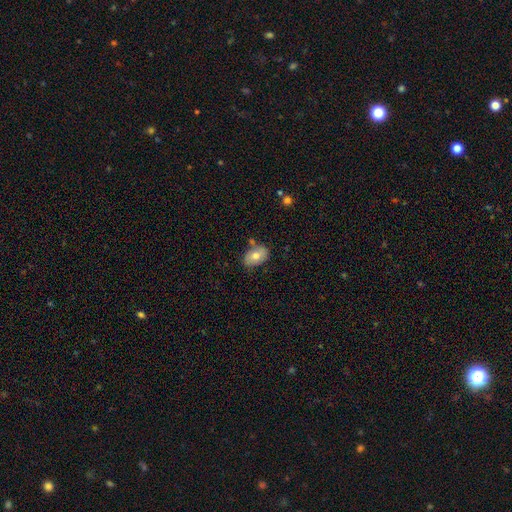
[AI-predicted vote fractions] Overall: smooth (71%). How rounded: in between (87%). Merging: none (70%).